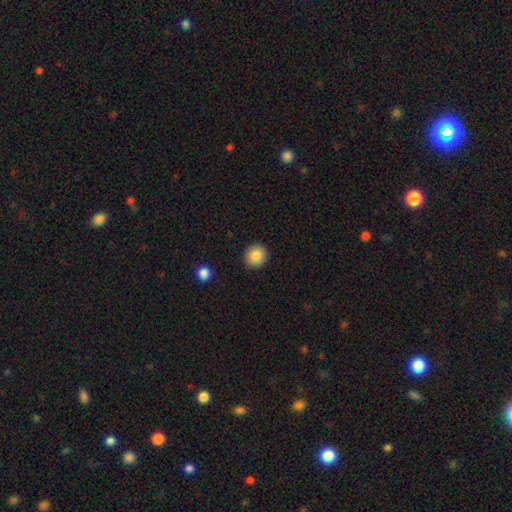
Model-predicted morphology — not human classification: A smooth galaxy with no disk features (84%) that is round (89%). Merging: none (90%).